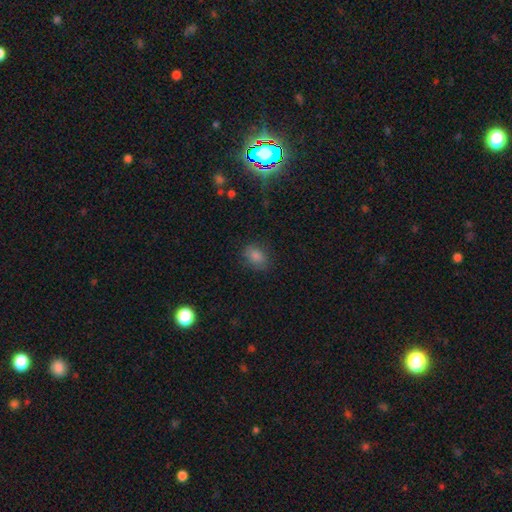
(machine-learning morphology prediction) The model was most divided on "how rounded": in between: 61%, round: 38%, cigar-shaped: 1%. More confident: merging — none (82%); smooth or featured — smooth (69%).